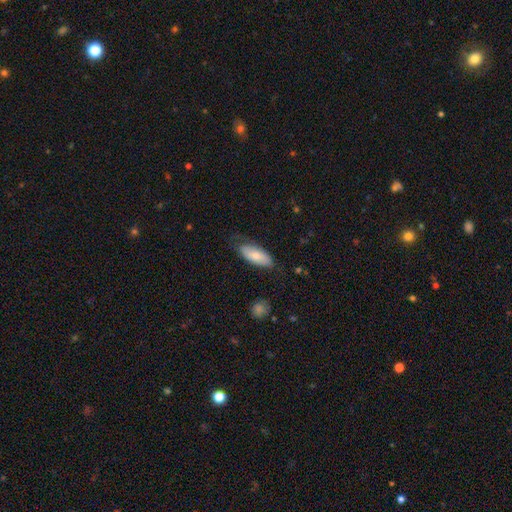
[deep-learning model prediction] Smooth or featured? smooth (70%)
How rounded? in between (83%)
Merging? none (66%)